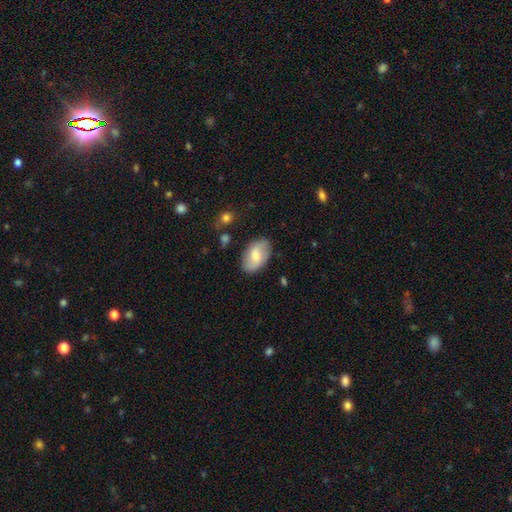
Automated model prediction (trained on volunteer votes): Smooth or featured? Predicted: smooth (p=0.60). How rounded? Predicted: in between (p=0.92). Merging? Predicted: none (p=0.82).